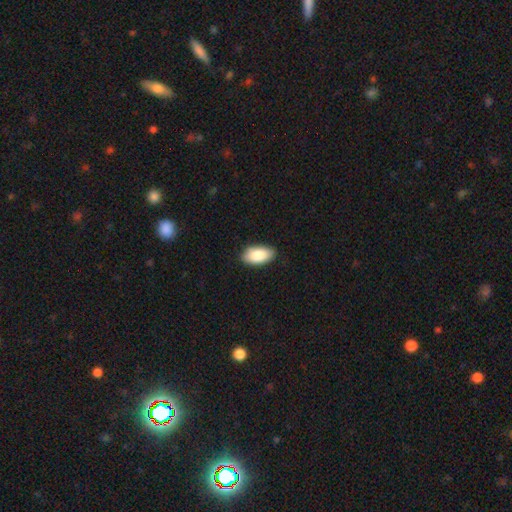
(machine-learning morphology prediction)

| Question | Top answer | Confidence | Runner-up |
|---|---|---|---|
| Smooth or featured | smooth | 86% | featured or disk (8%) |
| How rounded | in between | 94% | cigar-shaped (3%) |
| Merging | none | 86% | minor disturbance (11%) |